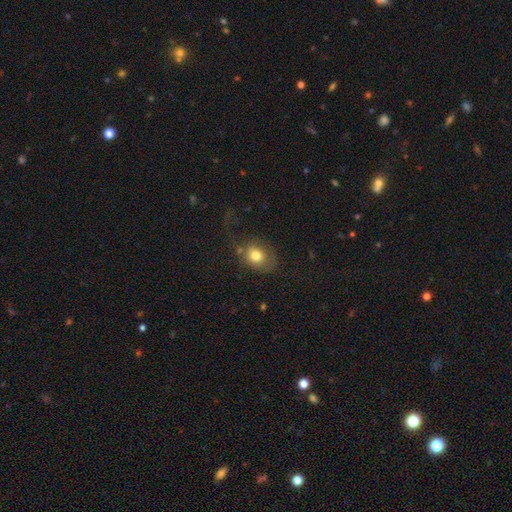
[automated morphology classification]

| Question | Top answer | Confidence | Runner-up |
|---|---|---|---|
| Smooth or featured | smooth | 77% | featured or disk (14%) |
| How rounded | round | 53% | in between (45%) |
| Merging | none | 50% | minor disturbance (24%) |